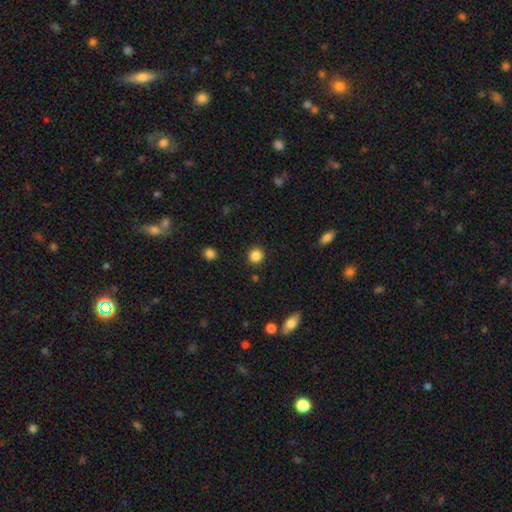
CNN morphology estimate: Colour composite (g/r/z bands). It shows a smooth galaxy with no disk features (85%) that is round (93%). Merging: none (91%).